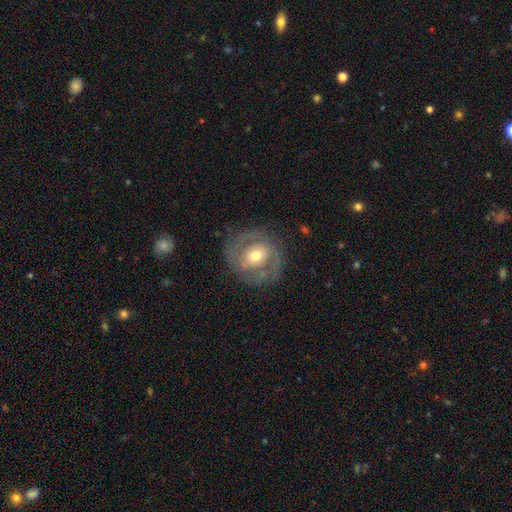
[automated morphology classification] Smooth or featured? featured or disk (66%)
Edge-on disk? no (96%)
Bar? no (50%)
Spiral arms? yes (64%)
Bulge size? moderate (67%)
Merging? none (76%)